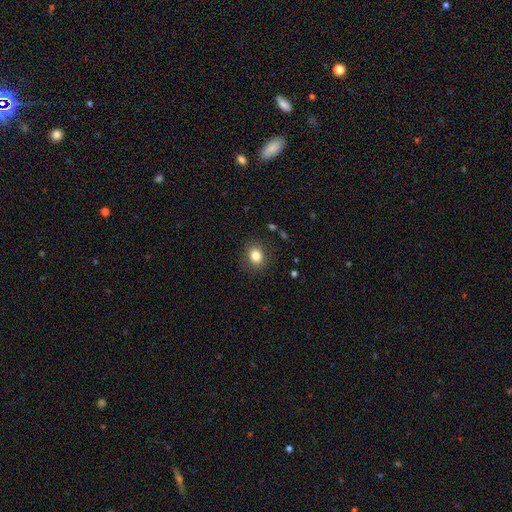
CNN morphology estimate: Overall: smooth (83%). How rounded: round (54%; in between 45%). Merging: none (87%).